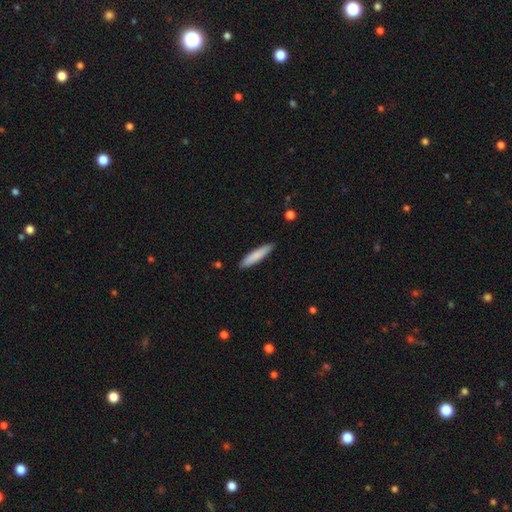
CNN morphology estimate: This appears to be a smooth galaxy with no disk features (83%) that is cigar-shaped (81%). Merging: none (89%).